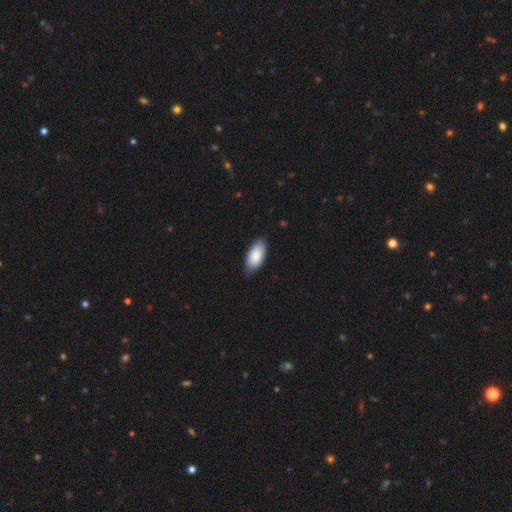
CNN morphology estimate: Smooth or featured: smooth — 88% (featured or disk — 7%)
How rounded: in between — 93% (cigar-shaped — 6%)
Merging: none — 80% (minor disturbance — 17%)